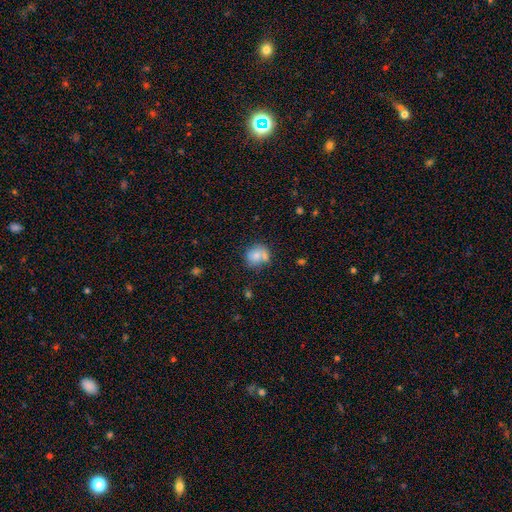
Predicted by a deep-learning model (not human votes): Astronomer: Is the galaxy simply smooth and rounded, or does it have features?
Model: smooth — 74%.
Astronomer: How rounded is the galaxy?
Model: round — 68%.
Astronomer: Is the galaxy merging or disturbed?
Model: none — 45% (runner-up: merger, 32%).